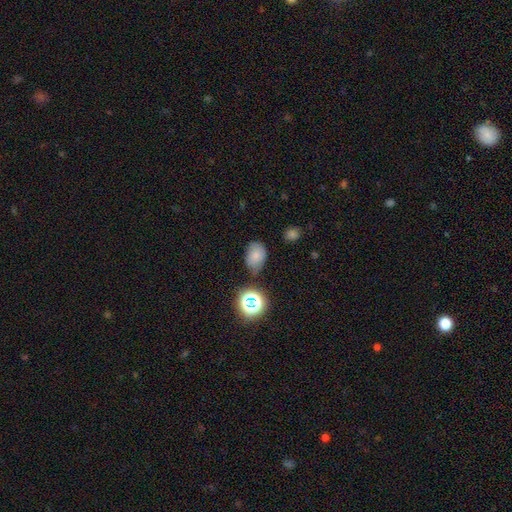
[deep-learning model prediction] smooth-or-featured: smooth: 74% | star or artifact: 15% | featured or disk: 11%
  how-rounded: in between: 74% | round: 25% | cigar-shaped: 1%
  merging: none: 64% | minor disturbance: 25% | major disturbance: 6% | merger: 5%